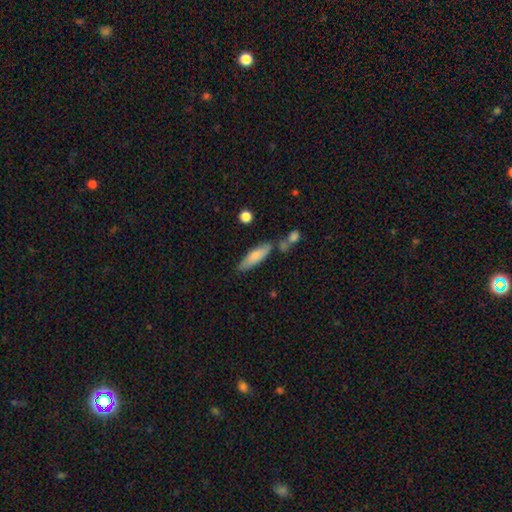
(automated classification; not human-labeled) Smooth or featured? Predicted: smooth (p=0.75). How rounded? Predicted: cigar-shaped (p=0.62). Merging? Predicted: none (p=0.67).